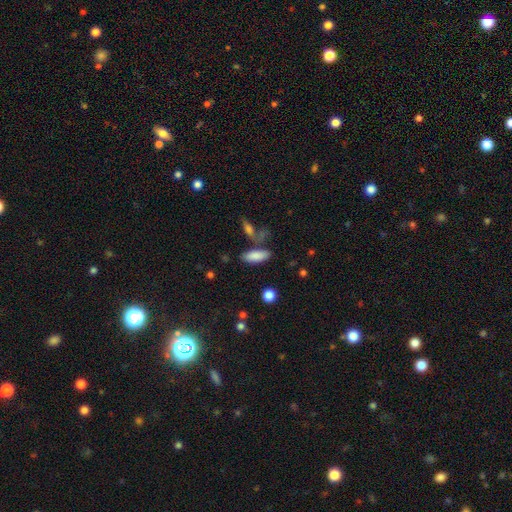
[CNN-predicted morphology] This appears to be a smooth galaxy with no disk features (83%) that is in between round and cigar-shaped (73%). Merging: none (67%).